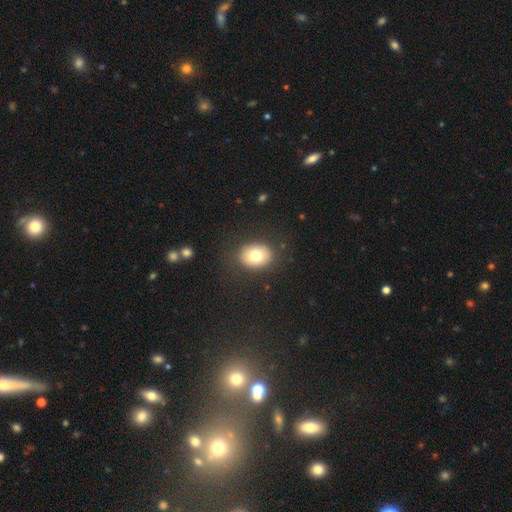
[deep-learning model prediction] Smooth or featured? smooth (77%)
How rounded? in between (60%)
Merging? none (85%)